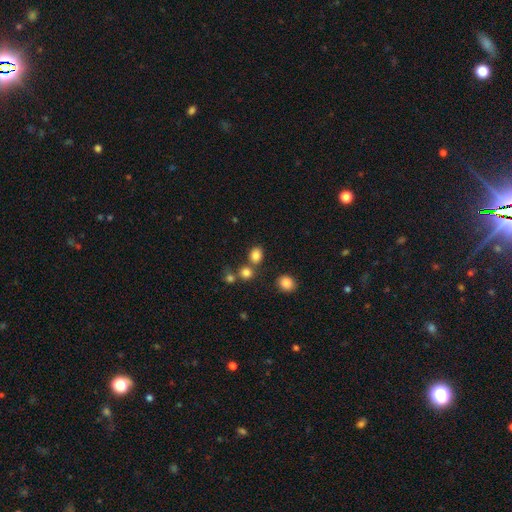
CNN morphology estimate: smooth_or_featured: smooth (p=0.82) [alt: star or artifact p=0.13]
how_rounded: round (p=0.57) [alt: in between p=0.42]
merging: none (p=0.69) [alt: merger p=0.16]